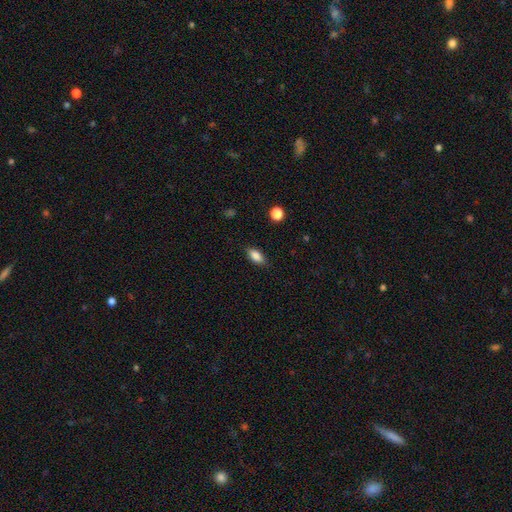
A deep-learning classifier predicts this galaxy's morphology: This is clearly a smooth galaxy (86%). How rounded: clearly in between (88%). Merging: clearly none (85%).